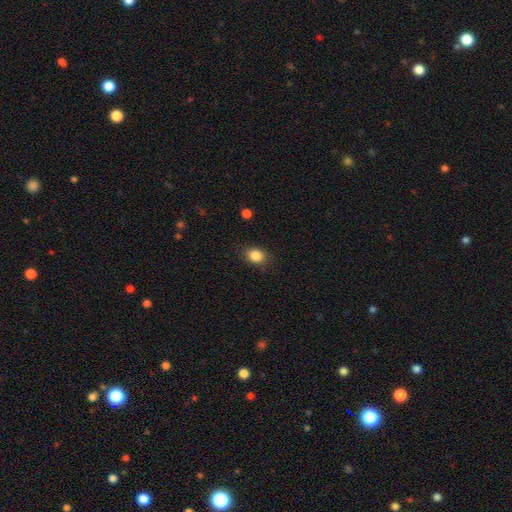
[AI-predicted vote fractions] Smooth or featured?
  - smooth: 86% *
  - star or artifact: 9%
  - featured or disk: 5%
How rounded?
  - in between: 62% *
  - round: 37%
  - cigar-shaped: 1%
Merging?
  - none: 85% *
  - minor disturbance: 11%
  - major disturbance: 3%
  - merger: 1%